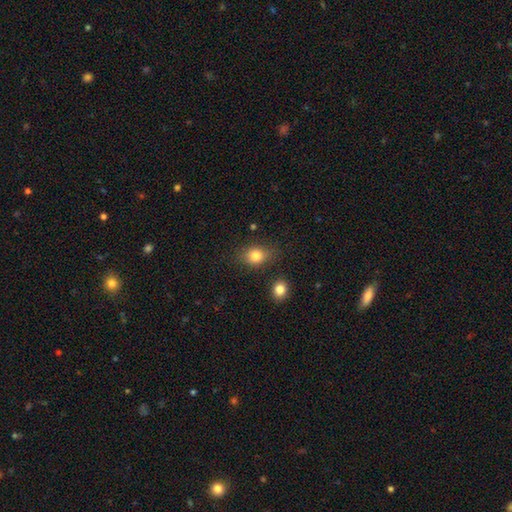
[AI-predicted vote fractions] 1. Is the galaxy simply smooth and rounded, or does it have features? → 82% smooth, 11% star or artifact, 8% featured or disk.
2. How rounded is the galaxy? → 51% in between, 48% round, 1% cigar-shaped.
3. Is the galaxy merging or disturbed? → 75% none, 16% minor disturbance, 5% major disturbance, 4% merger.